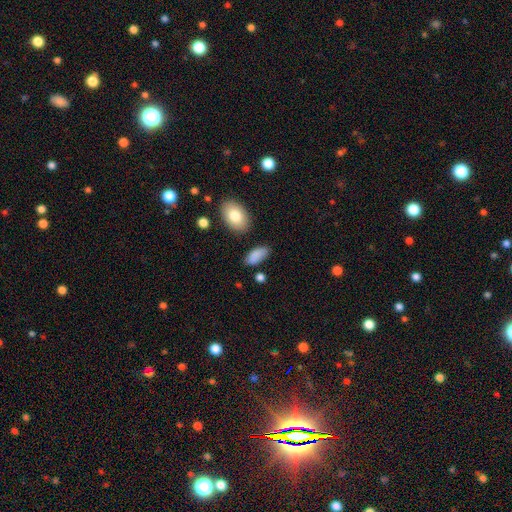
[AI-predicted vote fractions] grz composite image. It shows a smooth galaxy with no disk features (87%) that is in between round and cigar-shaped (92%). Merging: none (74%).